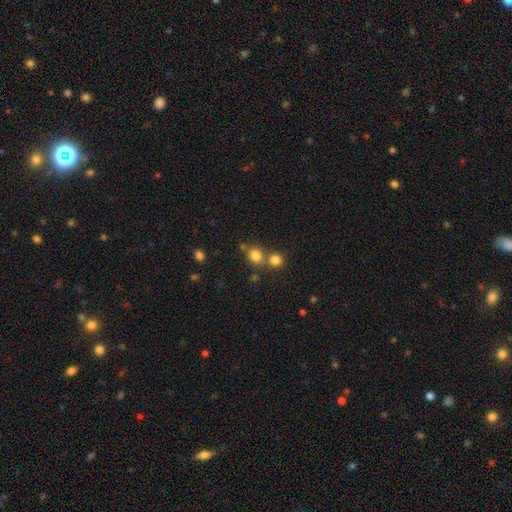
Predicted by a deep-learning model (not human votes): This is clearly a smooth galaxy (80%). How rounded: clearly round (82%). Merging: likely none (61%).